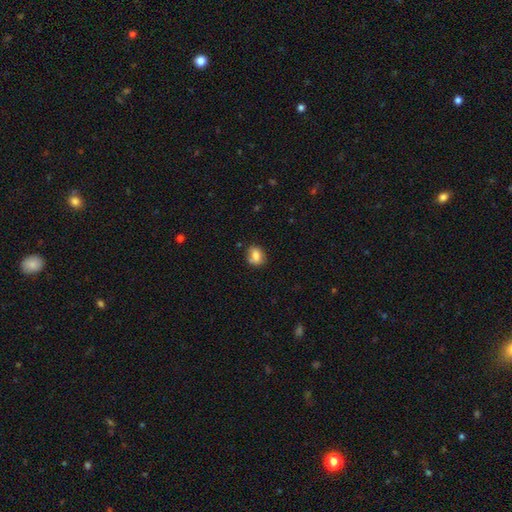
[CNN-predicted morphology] type=smooth (78%); roundness=in between (50%); merging=none (67%).